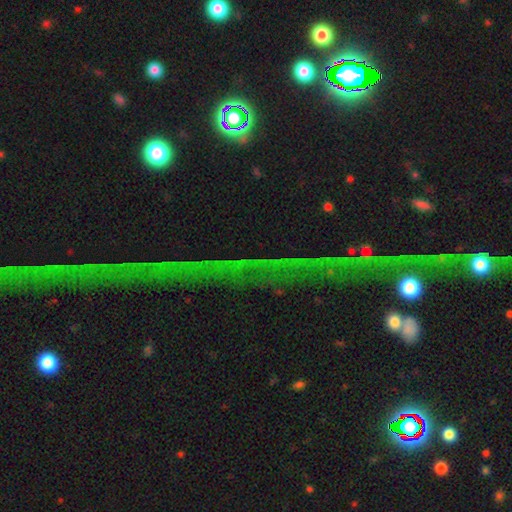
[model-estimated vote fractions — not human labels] Q: Smooth or featured?
A: star or artifact (76%); runner-up: featured or disk (14%)